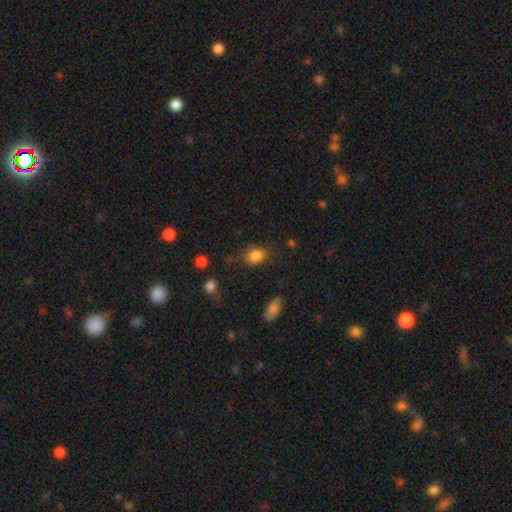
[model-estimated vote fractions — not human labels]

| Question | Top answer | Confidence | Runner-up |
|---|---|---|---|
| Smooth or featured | smooth | 83% | star or artifact (10%) |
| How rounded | in between | 63% | round (36%) |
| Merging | none | 65% | minor disturbance (23%) |